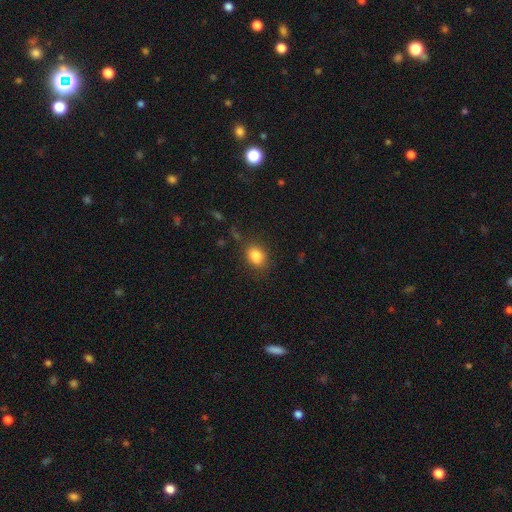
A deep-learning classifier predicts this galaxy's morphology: Smooth or featured? Predicted: smooth (p=0.84). How rounded? Predicted: in between (p=0.55). Merging? Predicted: none (p=0.76).